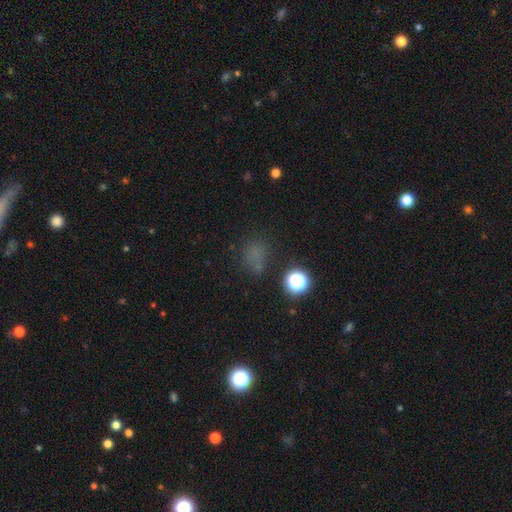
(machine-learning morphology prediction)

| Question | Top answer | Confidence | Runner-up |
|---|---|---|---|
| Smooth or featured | smooth | 57% | star or artifact (35%) |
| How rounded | round | 69% | in between (29%) |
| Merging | none | 67% | minor disturbance (15%) |